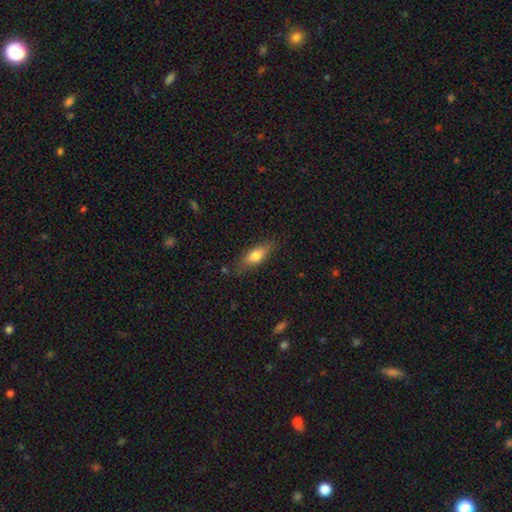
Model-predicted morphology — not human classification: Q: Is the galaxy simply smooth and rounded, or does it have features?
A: smooth — 71%.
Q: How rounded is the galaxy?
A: in between — 69%.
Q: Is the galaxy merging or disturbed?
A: none — 77%.